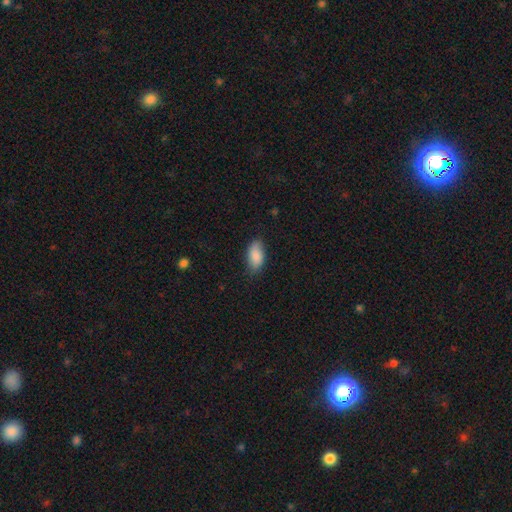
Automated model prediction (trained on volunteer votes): Q: Smooth or featured?
A: smooth (87%); runner-up: featured or disk (7%)
Q: How rounded?
A: in between (92%); runner-up: cigar-shaped (5%)
Q: Merging?
A: none (77%); runner-up: minor disturbance (18%)